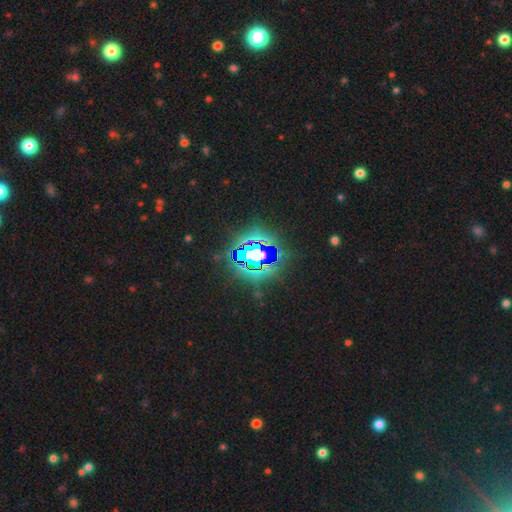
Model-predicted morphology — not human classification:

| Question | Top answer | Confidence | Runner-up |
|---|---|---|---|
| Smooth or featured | star or artifact | 78% | featured or disk (11%) |